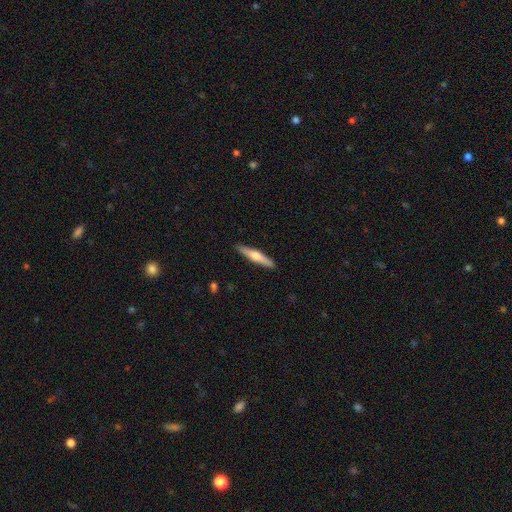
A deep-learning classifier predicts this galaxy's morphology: This appears to be a smooth galaxy with no disk features (49%). Merging: none (90%).